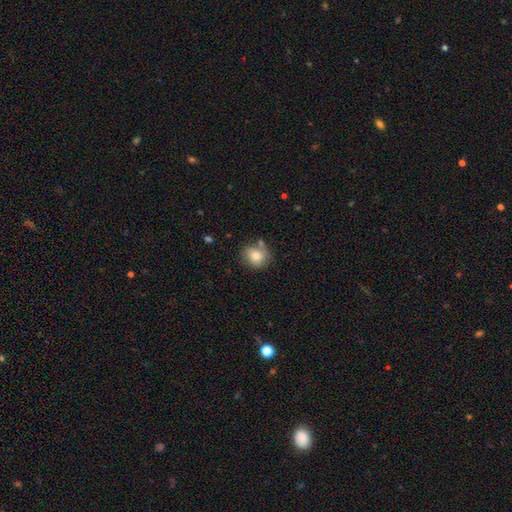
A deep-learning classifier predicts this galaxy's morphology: smooth 80%, featured or disk 11%, star or artifact 9%. Down the decision tree: how rounded — round (72%); merging — none (68%).